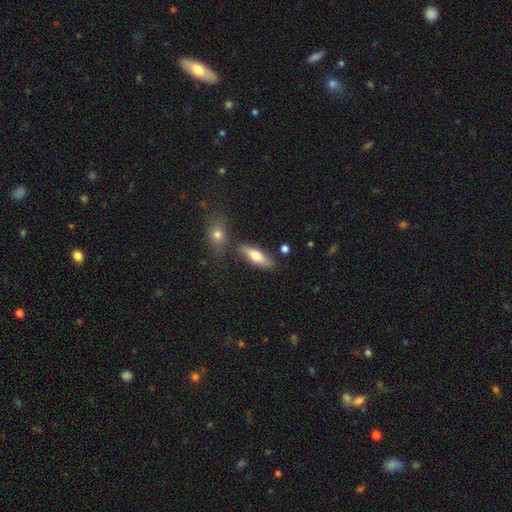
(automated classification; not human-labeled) smooth 66%, featured or disk 28%, star or artifact 6%. Down the decision tree: how rounded — in between (60%); merging — none (74%).